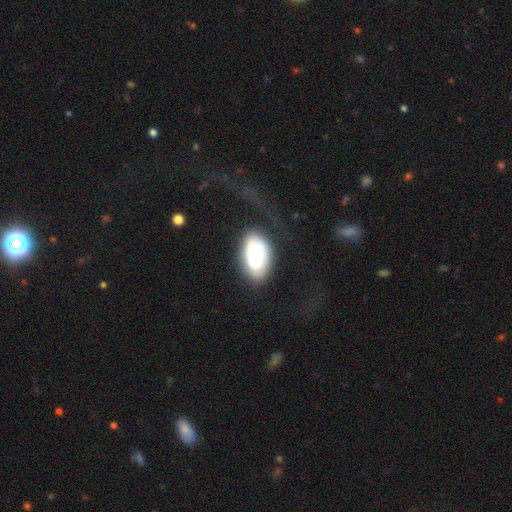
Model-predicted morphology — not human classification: A smooth galaxy with no disk features (49%). Merging: none (50%).